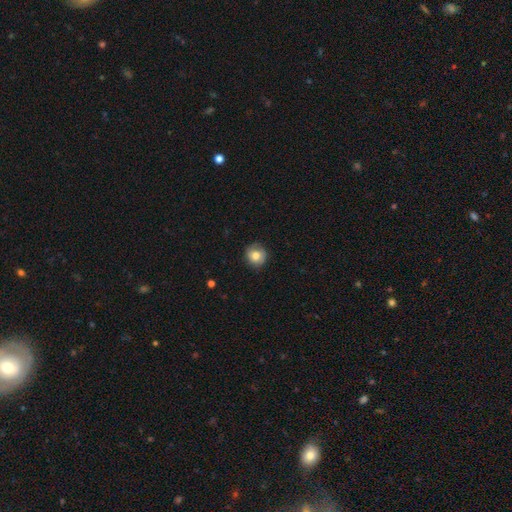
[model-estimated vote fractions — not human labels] smooth 76%, featured or disk 15%, star or artifact 9%. Down the decision tree: how rounded — round (87%); merging — none (80%).